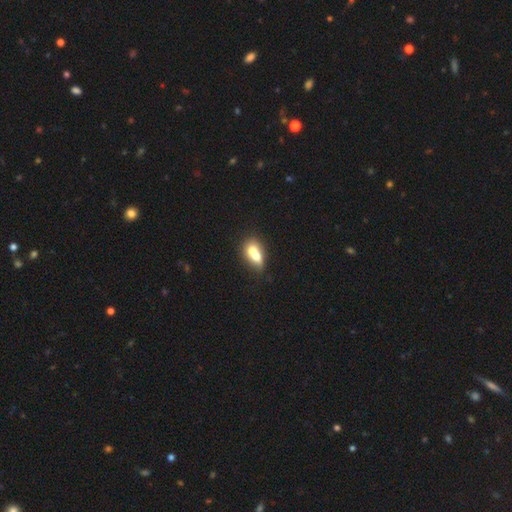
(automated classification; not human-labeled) Overall: smooth (65%; featured or disk 27%). How rounded: in between (74%). Merging: merger (61%; none 25%).